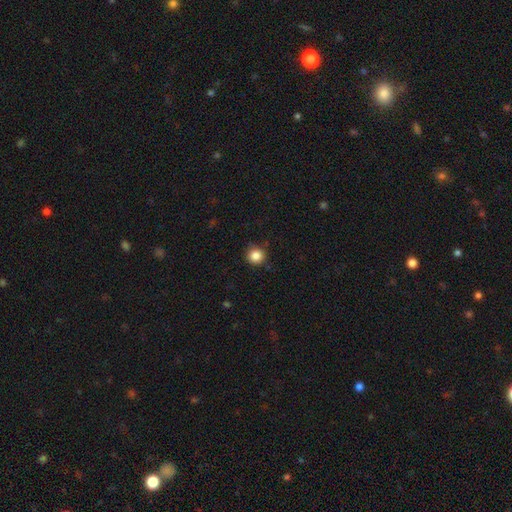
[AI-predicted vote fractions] Q: Smooth or featured?
A: smooth (85%); runner-up: star or artifact (11%)
Q: How rounded?
A: round (94%); runner-up: in between (5%)
Q: Merging?
A: none (88%); runner-up: minor disturbance (9%)